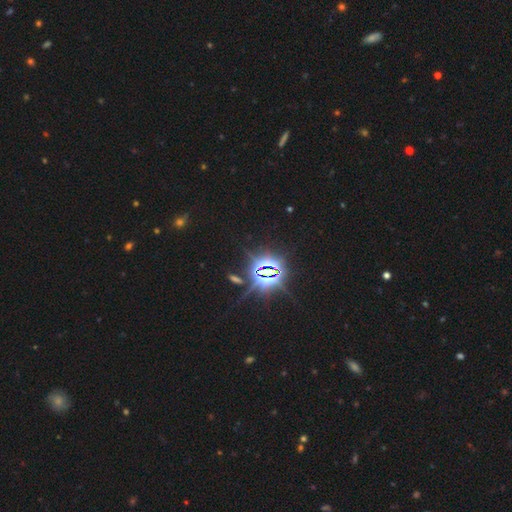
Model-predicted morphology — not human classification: smooth_or_featured: star or artifact (p=0.84) [alt: smooth p=0.09]